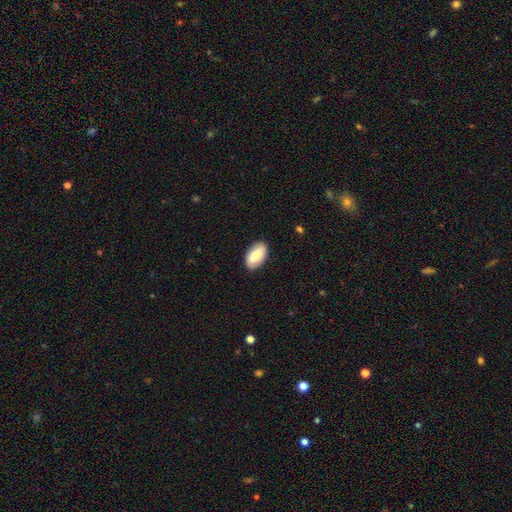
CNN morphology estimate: Overall: smooth (72%). How rounded: in between (94%). Merging: none (86%).